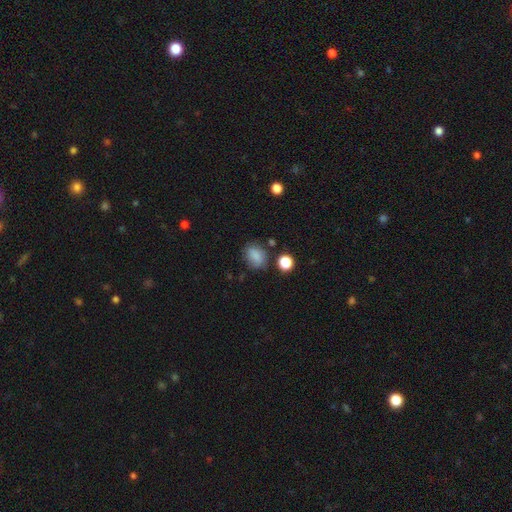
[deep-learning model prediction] Q: Smooth or featured?
A: smooth (82%); runner-up: star or artifact (11%)
Q: How rounded?
A: in between (61%); runner-up: round (37%)
Q: Merging?
A: none (71%); runner-up: minor disturbance (19%)